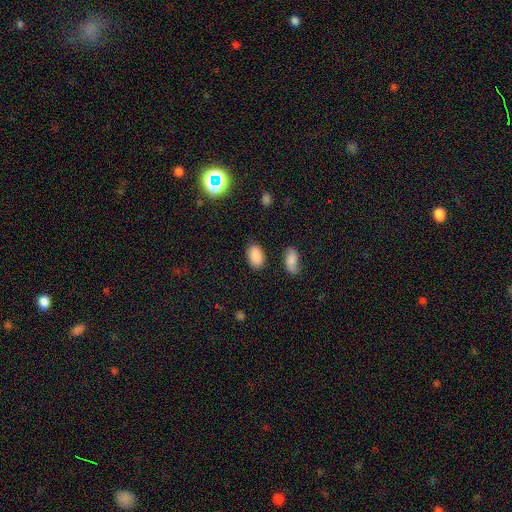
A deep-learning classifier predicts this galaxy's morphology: Smooth or featured? smooth (86%)
How rounded? in between (92%)
Merging? none (83%)